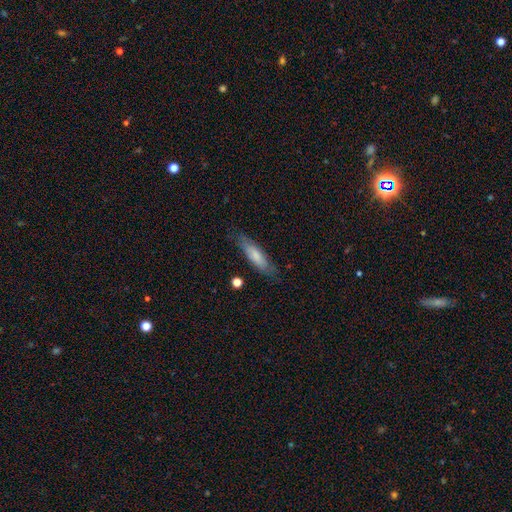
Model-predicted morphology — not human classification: smooth_or_featured: smooth (p=0.72) [alt: featured or disk p=0.22]
how_rounded: cigar-shaped (p=0.68) [alt: in between p=0.31]
merging: none (p=0.77) [alt: minor disturbance p=0.17]